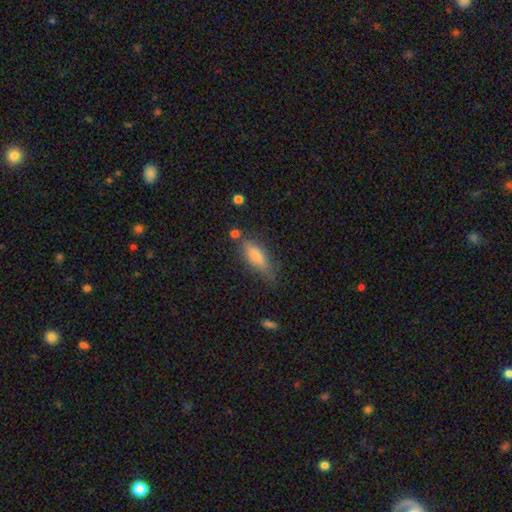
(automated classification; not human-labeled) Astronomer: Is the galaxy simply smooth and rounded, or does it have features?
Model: smooth — 69%.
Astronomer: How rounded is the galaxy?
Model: cigar-shaped — 49%, tied with in between at 49%.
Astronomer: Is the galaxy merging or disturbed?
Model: none — 64%.